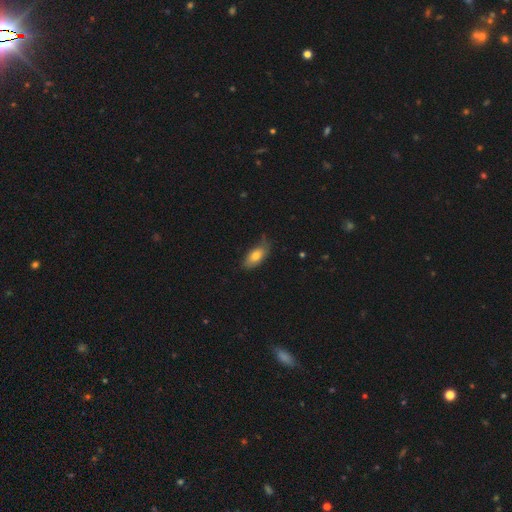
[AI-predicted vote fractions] This is likely a smooth galaxy (75%). How rounded: clearly in between (88%). Merging: likely none (61%).